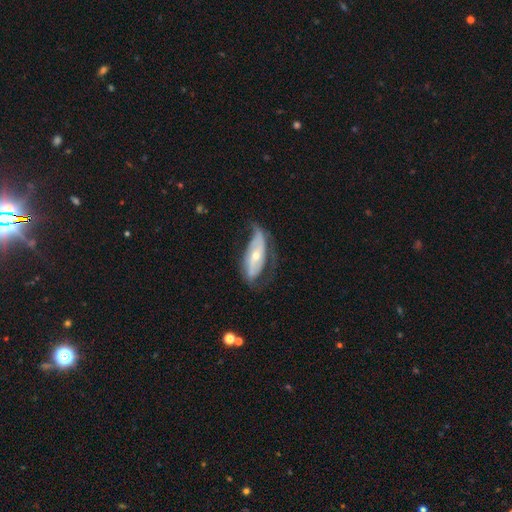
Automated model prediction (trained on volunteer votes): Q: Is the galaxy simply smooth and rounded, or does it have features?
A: featured or disk — 67%.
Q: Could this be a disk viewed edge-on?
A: no — 84%.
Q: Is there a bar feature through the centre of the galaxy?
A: no — 50%.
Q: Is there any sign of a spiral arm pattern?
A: yes — 74%.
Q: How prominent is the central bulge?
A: small — 50%.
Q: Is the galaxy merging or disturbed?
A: none — 40%.